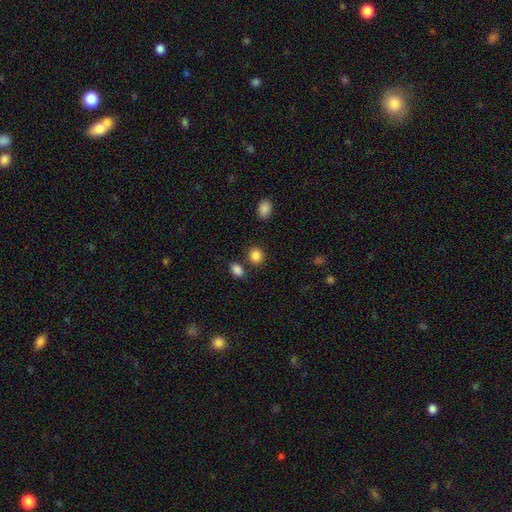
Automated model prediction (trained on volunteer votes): Smooth or featured? smooth (87%)
How rounded? round (77%)
Merging? none (77%)